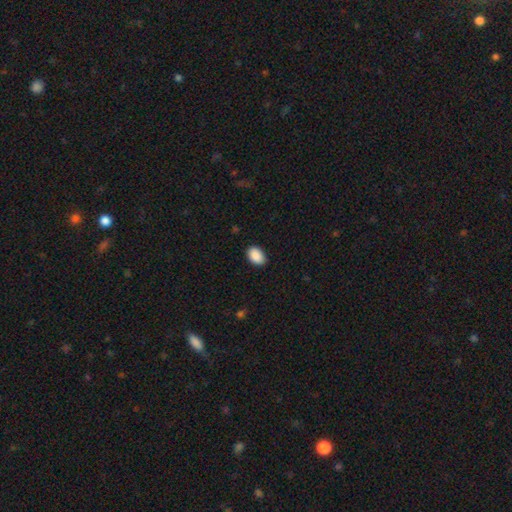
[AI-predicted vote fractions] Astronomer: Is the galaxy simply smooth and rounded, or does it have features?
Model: smooth — 90%.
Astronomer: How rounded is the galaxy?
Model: in between — 84%.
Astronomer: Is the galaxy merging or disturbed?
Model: none — 87%.